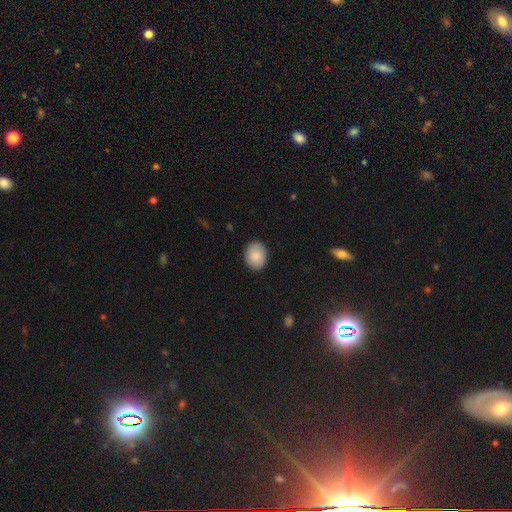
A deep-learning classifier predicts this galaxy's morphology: This appears to be a smooth galaxy with no disk features (85%) that is in between round and cigar-shaped (52%). Merging: none (89%).